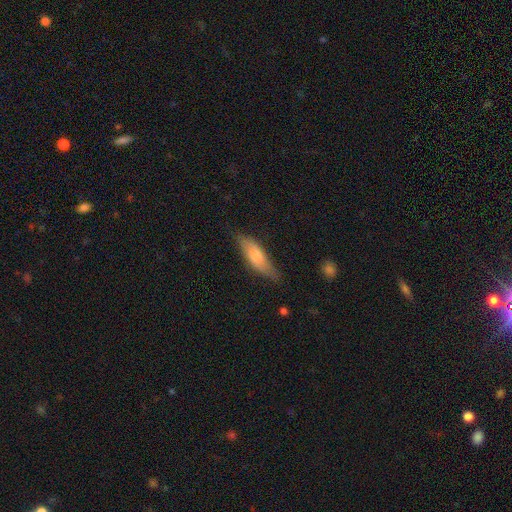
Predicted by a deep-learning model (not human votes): Morphology: type=smooth (66%); roundness=cigar-shaped (50%); merging=none (68%).